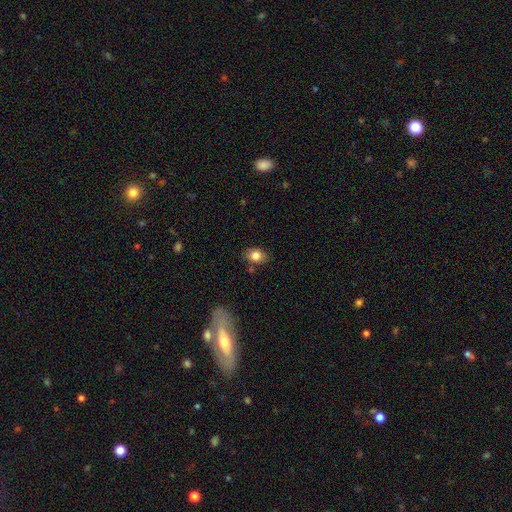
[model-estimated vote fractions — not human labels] smooth_or_featured: smooth (p=0.83) [alt: star or artifact p=0.10]
how_rounded: in between (p=0.64) [alt: round p=0.35]
merging: none (p=0.78) [alt: minor disturbance p=0.14]